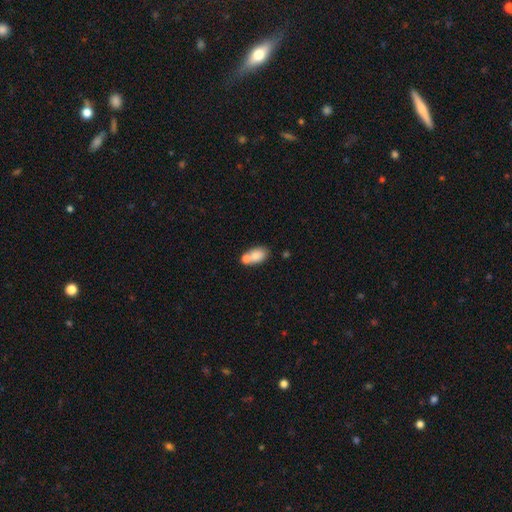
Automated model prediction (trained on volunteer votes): Morphology: type=smooth (79%); roundness=in between (83%); merging=merger (43%).